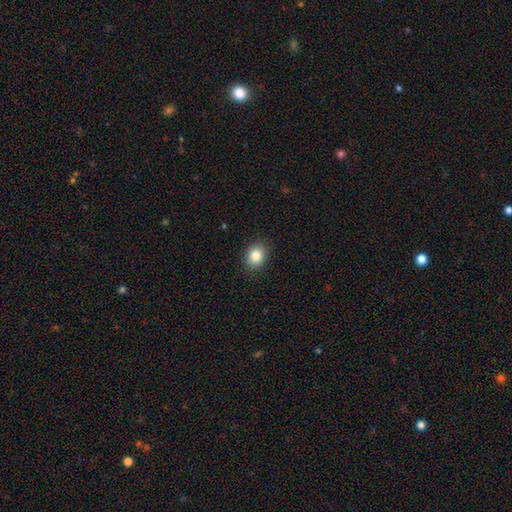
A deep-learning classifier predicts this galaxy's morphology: Smooth or featured? smooth (83%)
How rounded? in between (51%)
Merging? none (89%)